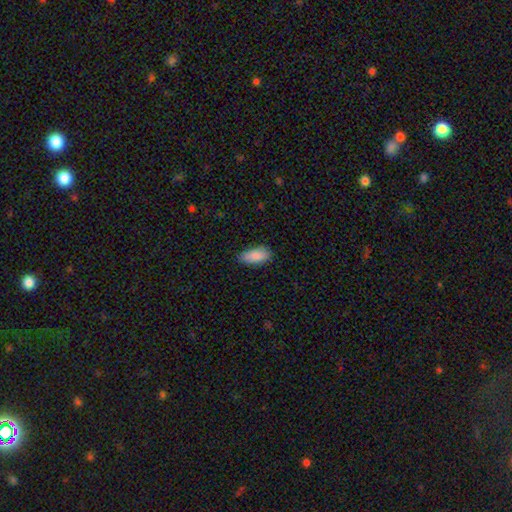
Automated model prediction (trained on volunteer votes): Smooth or featured? Predicted: smooth (p=0.88). How rounded? Predicted: in between (p=0.88). Merging? Predicted: none (p=0.82).